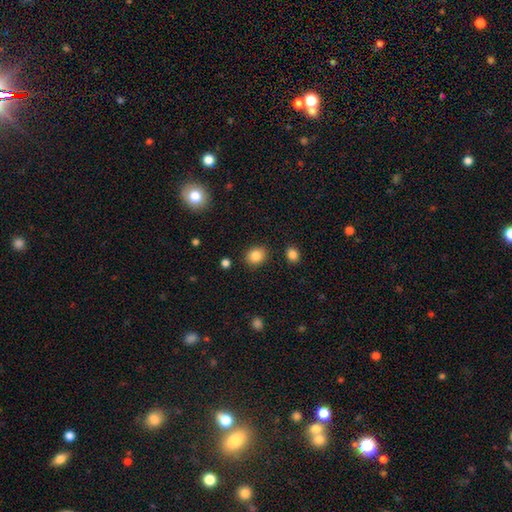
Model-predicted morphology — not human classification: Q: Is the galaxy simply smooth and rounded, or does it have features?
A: smooth — 86%.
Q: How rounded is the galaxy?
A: round — 60%.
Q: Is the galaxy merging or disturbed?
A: none — 85%.